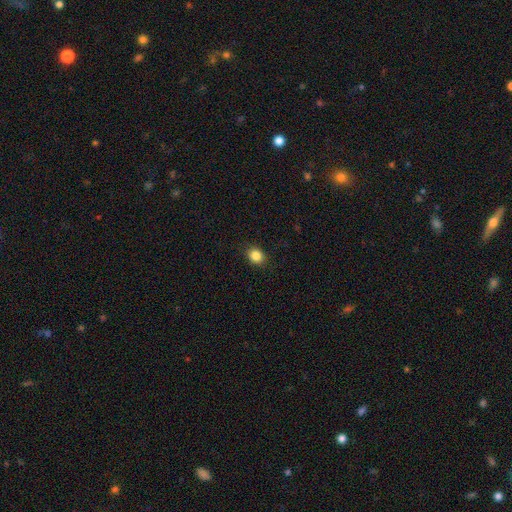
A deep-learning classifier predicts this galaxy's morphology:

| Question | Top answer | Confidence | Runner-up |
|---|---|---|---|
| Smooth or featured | smooth | 85% | star or artifact (10%) |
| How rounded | round | 61% | in between (38%) |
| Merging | none | 88% | minor disturbance (9%) |